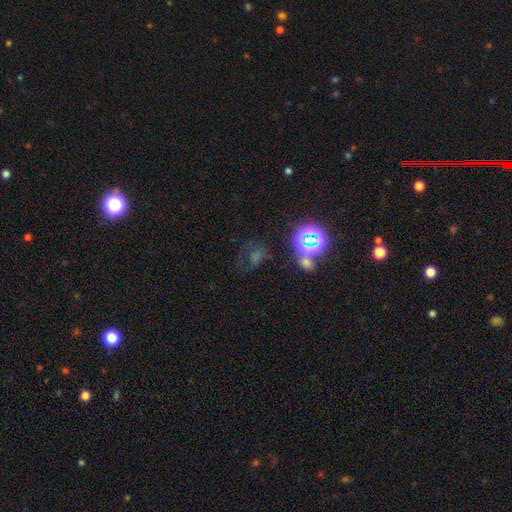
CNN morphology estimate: Overall: star or artifact (49%; smooth 33%).